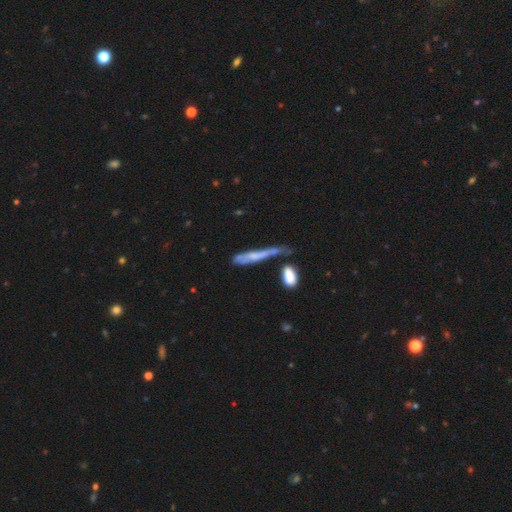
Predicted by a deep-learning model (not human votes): smooth 48%, featured or disk 43%, star or artifact 9%. Down the decision tree: merging — none (33%).